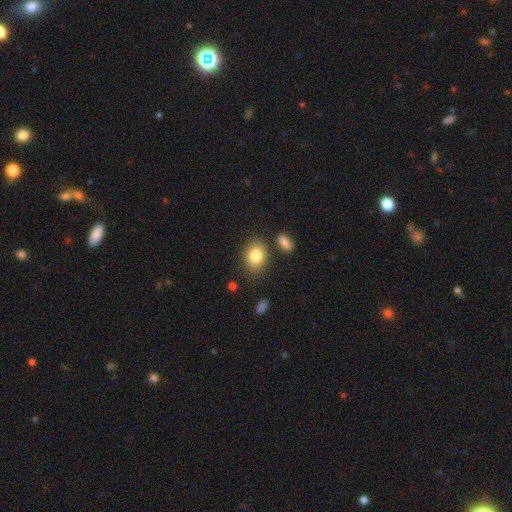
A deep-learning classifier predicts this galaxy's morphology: type=smooth (82%); roundness=in between (71%); merging=none (77%).